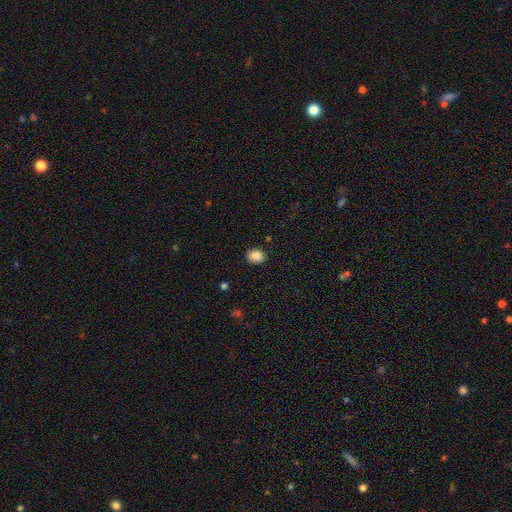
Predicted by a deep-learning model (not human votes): The model was most divided on "how rounded": round: 53%, in between: 46%, cigar-shaped: 1%. More confident: merging — none (89%); smooth or featured — smooth (88%).